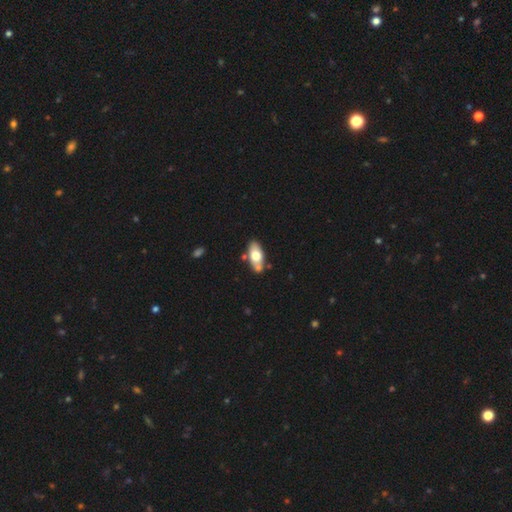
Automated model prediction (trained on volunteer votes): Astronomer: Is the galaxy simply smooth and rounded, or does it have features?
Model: smooth — 64%.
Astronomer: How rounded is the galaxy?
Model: in between — 88%.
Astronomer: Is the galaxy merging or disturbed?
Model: none — 71%.